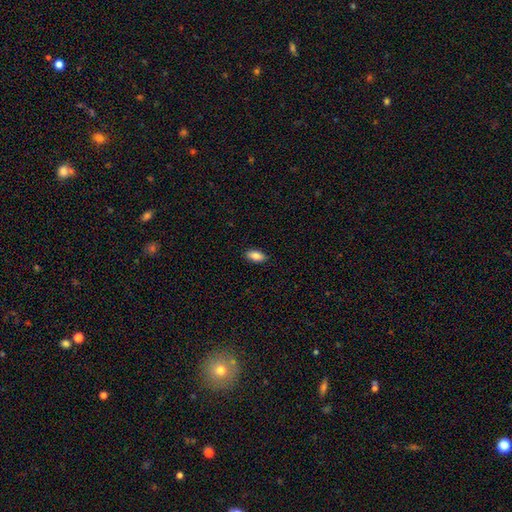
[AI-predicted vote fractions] Q: Smooth or featured?
A: smooth (85%); runner-up: featured or disk (8%)
Q: How rounded?
A: in between (89%); runner-up: cigar-shaped (8%)
Q: Merging?
A: none (88%); runner-up: minor disturbance (9%)